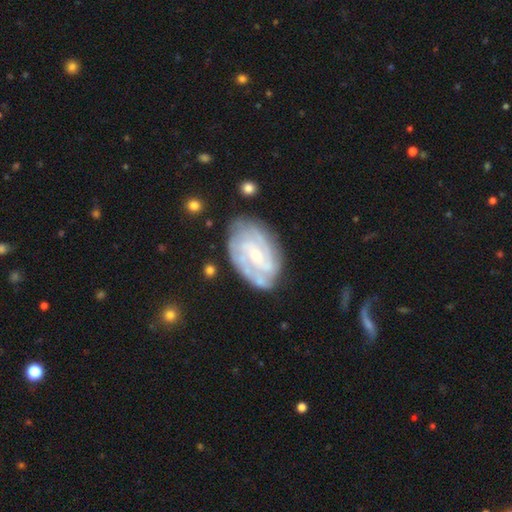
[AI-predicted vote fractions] This is clearly a featured or disk galaxy (86%). It is clearly not viewed edge-on (97%). Bar: possibly no (49%). Spiral arm pattern: clearly yes (95%). Spiral arm count: marginally can't tell (27%, tied with 2). Spiral winding: likely tight (63%). Central bulge: likely small (71%). Merging: likely none (74%).